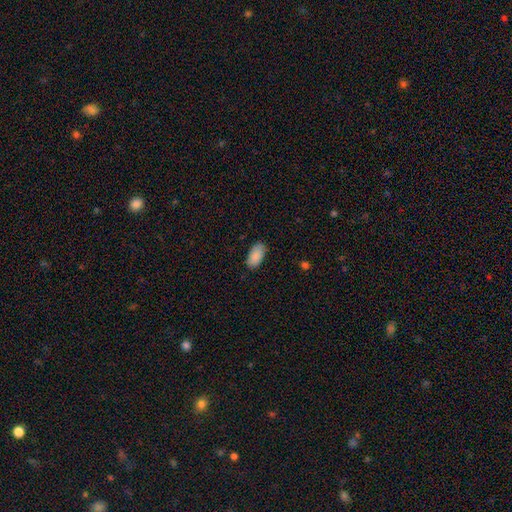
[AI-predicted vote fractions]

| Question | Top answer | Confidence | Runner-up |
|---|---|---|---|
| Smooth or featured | smooth | 89% | star or artifact (6%) |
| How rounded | in between | 95% | cigar-shaped (3%) |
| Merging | none | 82% | minor disturbance (14%) |